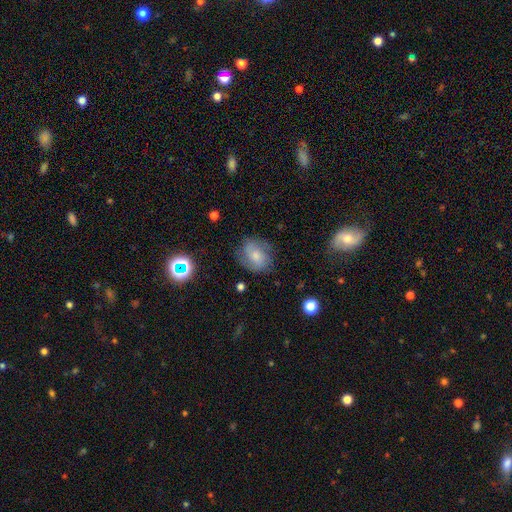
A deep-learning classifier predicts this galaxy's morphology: featured or disk 46%, smooth 43%, star or artifact 10%. Down the decision tree: merging — none (73%).